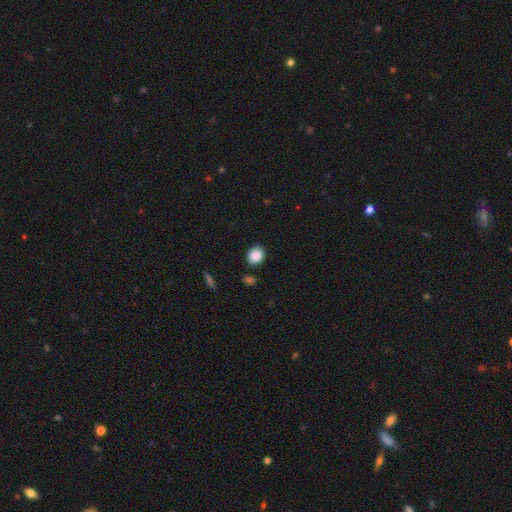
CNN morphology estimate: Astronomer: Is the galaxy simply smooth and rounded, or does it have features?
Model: smooth — 86%.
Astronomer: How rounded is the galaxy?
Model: round — 53% (runner-up: in between, 46%).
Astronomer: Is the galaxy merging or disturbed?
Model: none — 85%.